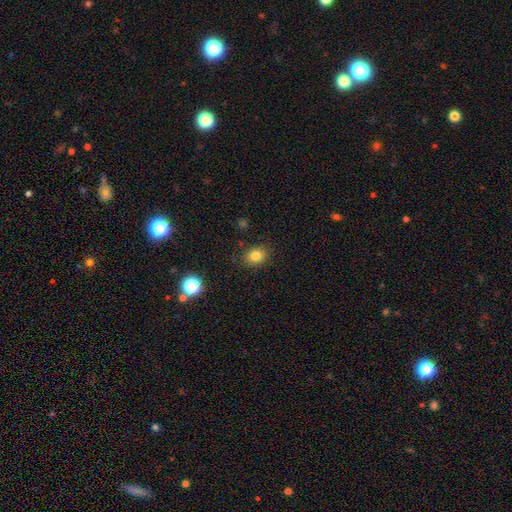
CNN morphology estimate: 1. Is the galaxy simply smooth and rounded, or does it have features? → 81% smooth, 12% star or artifact, 7% featured or disk.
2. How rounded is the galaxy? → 50% in between, 49% round, 1% cigar-shaped.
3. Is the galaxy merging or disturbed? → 86% none, 10% minor disturbance, 3% major disturbance, 2% merger.